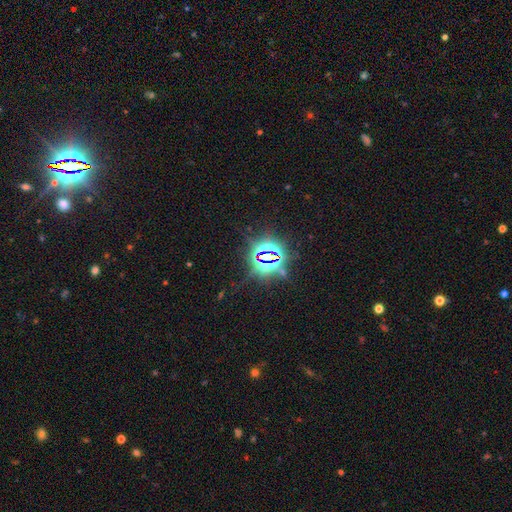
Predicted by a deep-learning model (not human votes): The model was most divided on "smooth or featured": star or artifact: 82%, smooth: 10%, featured or disk: 8%.